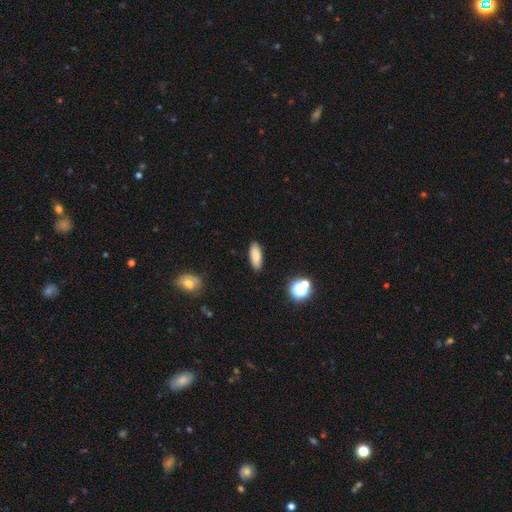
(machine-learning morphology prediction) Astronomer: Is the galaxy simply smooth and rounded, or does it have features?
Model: smooth — 84%.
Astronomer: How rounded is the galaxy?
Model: in between — 73%.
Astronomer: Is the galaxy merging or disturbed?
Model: none — 89%.